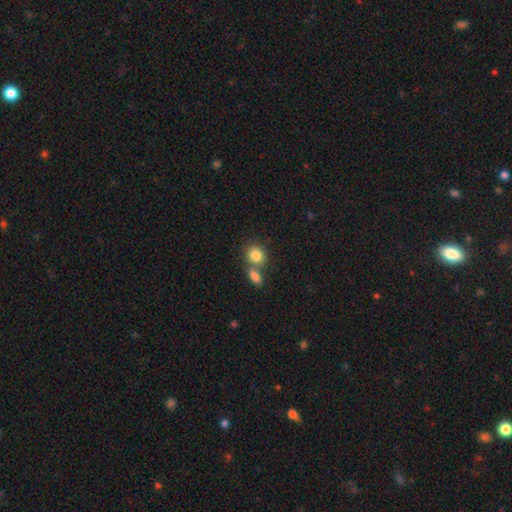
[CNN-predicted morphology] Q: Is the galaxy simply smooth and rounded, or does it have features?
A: smooth — 85%.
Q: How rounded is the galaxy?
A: round — 63%.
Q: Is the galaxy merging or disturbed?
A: none — 46%.